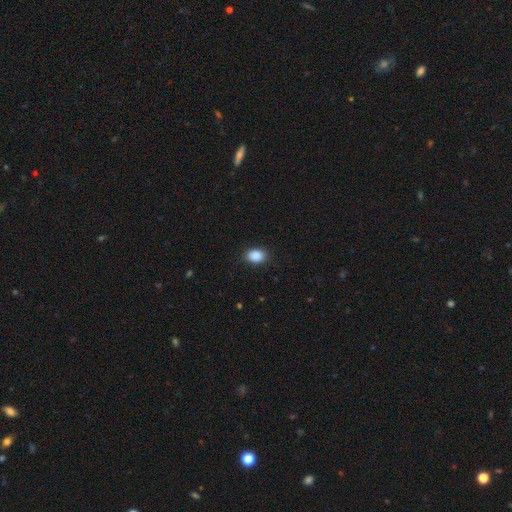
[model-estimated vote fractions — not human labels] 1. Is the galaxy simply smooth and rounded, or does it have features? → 89% smooth, 8% star or artifact, 3% featured or disk.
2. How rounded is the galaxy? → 74% in between, 25% round, 1% cigar-shaped.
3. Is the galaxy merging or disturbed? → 87% none, 10% minor disturbance, 3% major disturbance, 1% merger.